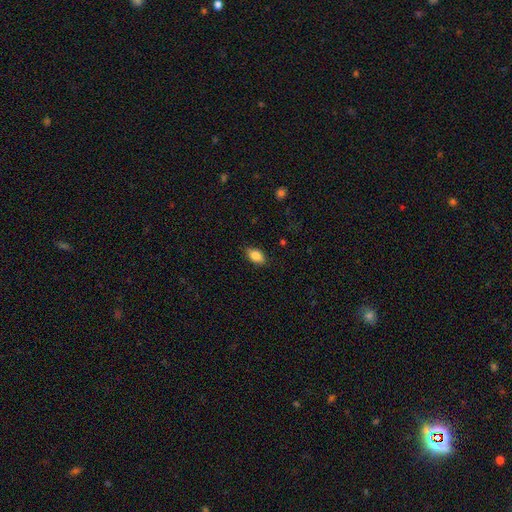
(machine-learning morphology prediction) Smooth or featured? smooth (84%)
How rounded? in between (88%)
Merging? none (85%)